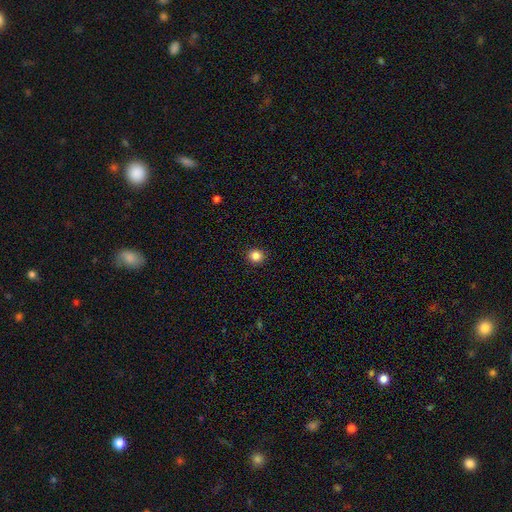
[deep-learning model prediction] A smooth galaxy with no disk features (85%) that is round (88%).

Vote fractions:
- Smooth or featured? smooth: 85% / star or artifact: 11% / featured or disk: 4%
- How rounded? round: 88% / in between: 11% / cigar-shaped: 1%
- Merging? none: 92% / minor disturbance: 5% / major disturbance: 2% / merger: 1%